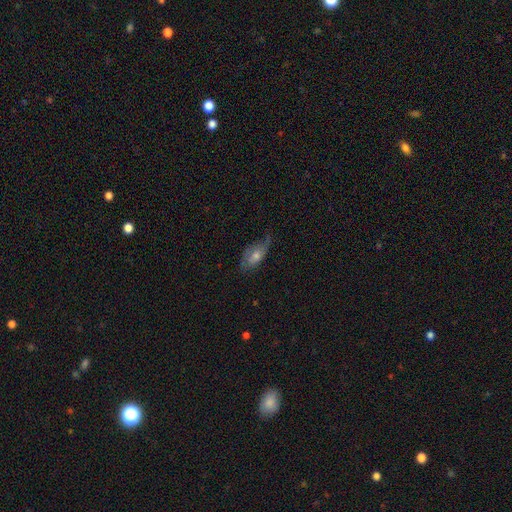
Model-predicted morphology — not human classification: Smooth or featured? featured or disk (50%)
Edge-on disk? no (81%)
Merging? none (56%)